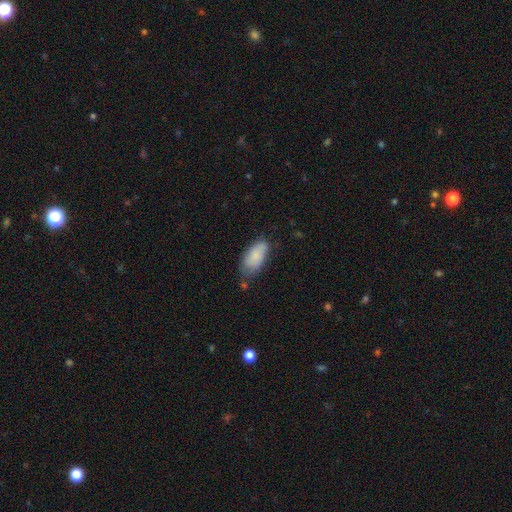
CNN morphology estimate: This appears to be a smooth galaxy with no disk features (82%) that is in between round and cigar-shaped (91%). Merging: none (56%).